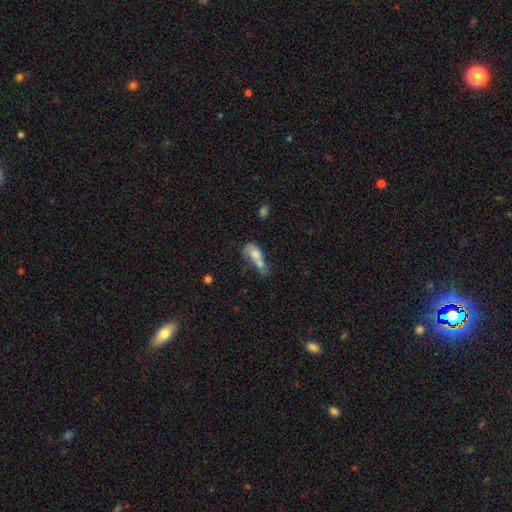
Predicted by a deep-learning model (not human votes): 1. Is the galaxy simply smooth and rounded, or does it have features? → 63% smooth, 28% featured or disk, 9% star or artifact.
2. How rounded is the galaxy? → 73% in between, 15% round, 12% cigar-shaped.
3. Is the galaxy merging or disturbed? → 64% merger, 13% none, 13% major disturbance, 10% minor disturbance.